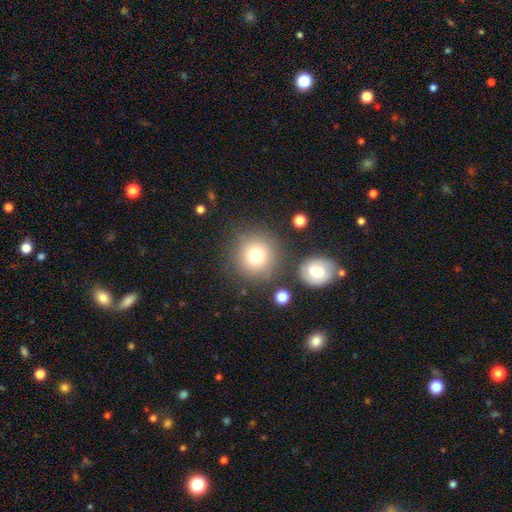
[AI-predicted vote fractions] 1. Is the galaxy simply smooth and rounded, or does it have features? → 76% smooth, 12% star or artifact, 11% featured or disk.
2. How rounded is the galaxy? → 93% round, 6% in between, 1% cigar-shaped.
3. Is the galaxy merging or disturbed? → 80% none, 10% minor disturbance, 6% merger, 4% major disturbance.